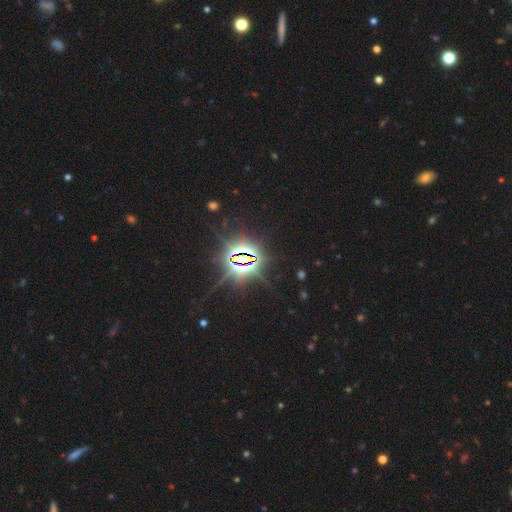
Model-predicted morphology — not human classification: A star or artifact, not a galaxy (87%).